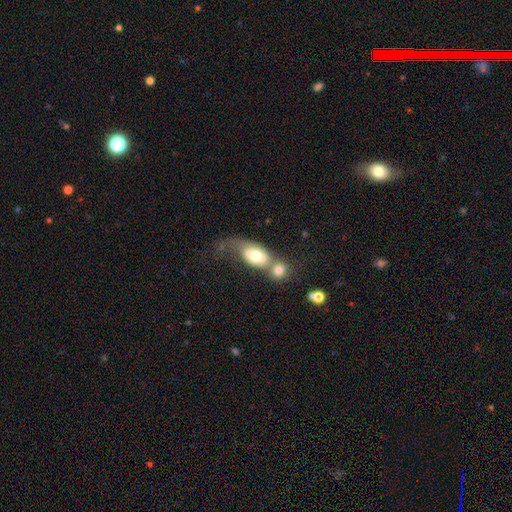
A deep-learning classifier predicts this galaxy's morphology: Q: Smooth or featured?
A: smooth (61%); runner-up: featured or disk (32%)
Q: How rounded?
A: in between (76%); runner-up: round (21%)
Q: Merging?
A: merger (63%); runner-up: none (16%)